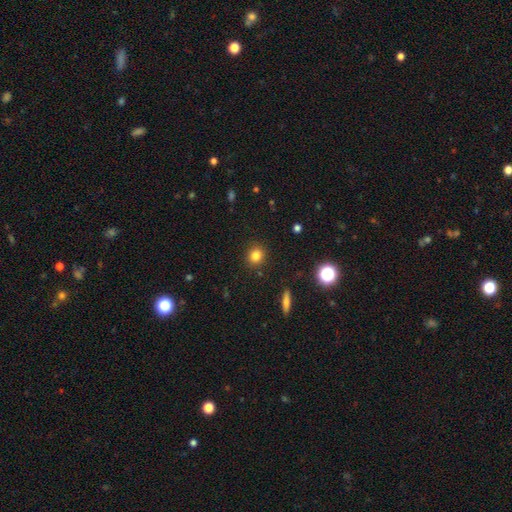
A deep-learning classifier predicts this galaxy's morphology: Overall: smooth (81%). How rounded: round (85%). Merging: none (90%).